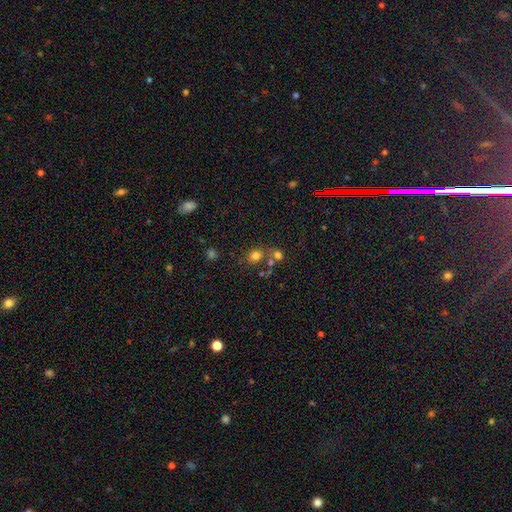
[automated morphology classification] type=smooth (75%); roundness=round (71%); merging=none (58%).